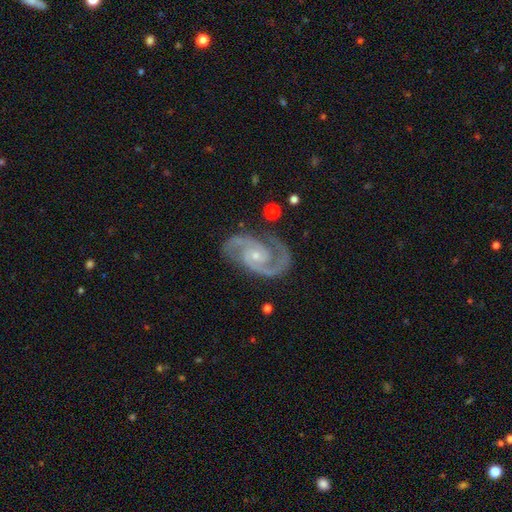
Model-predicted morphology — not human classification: Q: Smooth or featured?
A: featured or disk (93%); runner-up: star or artifact (4%)
Q: Edge-on disk?
A: no (98%); runner-up: yes (2%)
Q: Bar?
A: no (63%); runner-up: weak (28%)
Q: Spiral arms?
A: yes (99%); runner-up: no (1%)
Q: Spiral winding?
A: medium (55%); runner-up: tight (37%)
Q: Spiral arm count?
A: 2 (93%); runner-up: 3 (2%)
Q: Bulge size?
A: small (69%); runner-up: moderate (27%)
Q: Merging?
A: none (81%); runner-up: minor disturbance (13%)